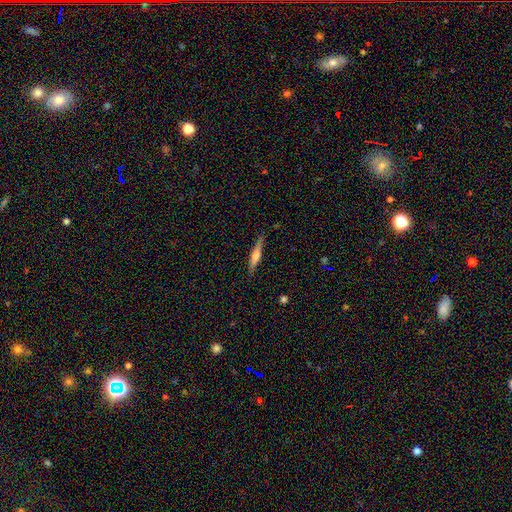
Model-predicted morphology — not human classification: A featured or disk galaxy (56%) viewed edge-on (97%) with a rounded central bulge (77%).

Vote fractions:
- Smooth or featured? featured or disk: 56% / smooth: 38% / star or artifact: 6%
- Edge-on disk? yes: 97% / no: 3%
- Edge-on bulge? rounded: 77% / boxy: 14% / none: 9%
- Merging? none: 88% / minor disturbance: 9% / major disturbance: 2% / merger: 1%